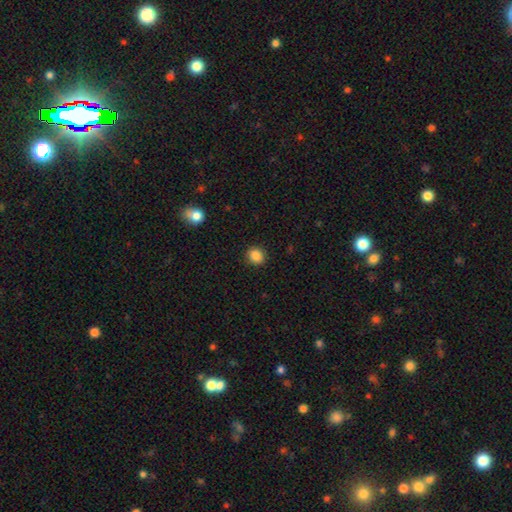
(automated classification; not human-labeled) smooth 86%, star or artifact 10%, featured or disk 4%. Down the decision tree: how rounded — round (80%); merging — none (91%).